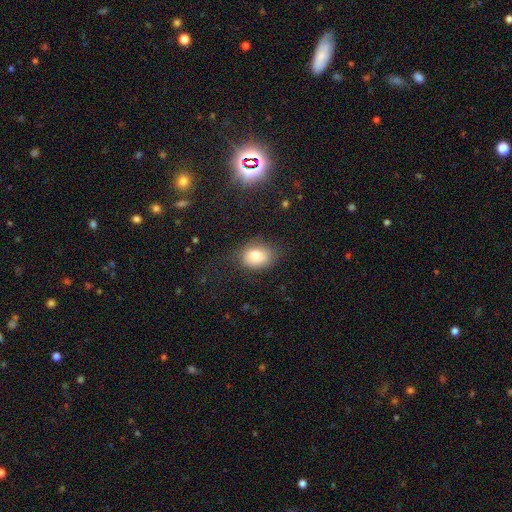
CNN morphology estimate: smooth 79%, featured or disk 11%, star or artifact 10%. Down the decision tree: how rounded — in between (71%); merging — none (68%).